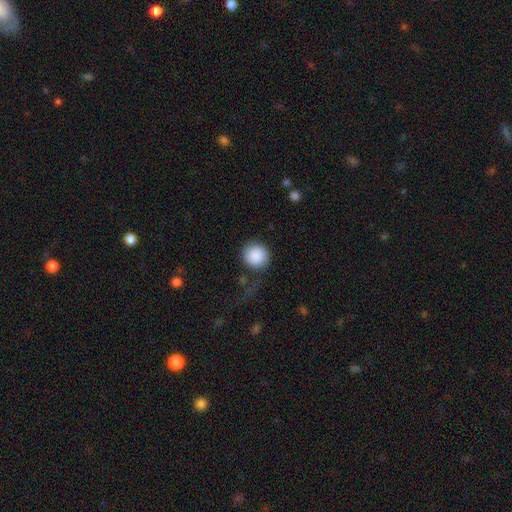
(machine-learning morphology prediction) This appears to be a smooth galaxy with no disk features (89%) that is round (93%). Merging: none (69%).